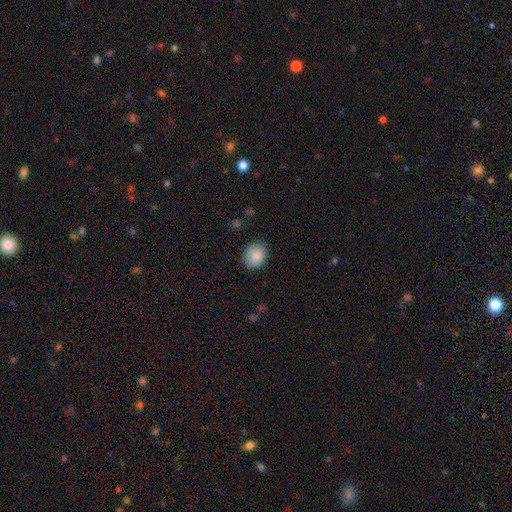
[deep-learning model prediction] A smooth galaxy with no disk features (88%) that is in between round and cigar-shaped (53%).

Vote fractions:
- Smooth or featured? smooth: 88% / star or artifact: 7% / featured or disk: 5%
- How rounded? in between: 53% / round: 47% / cigar-shaped: 1%
- Merging? none: 82% / minor disturbance: 14% / major disturbance: 3% / merger: 1%